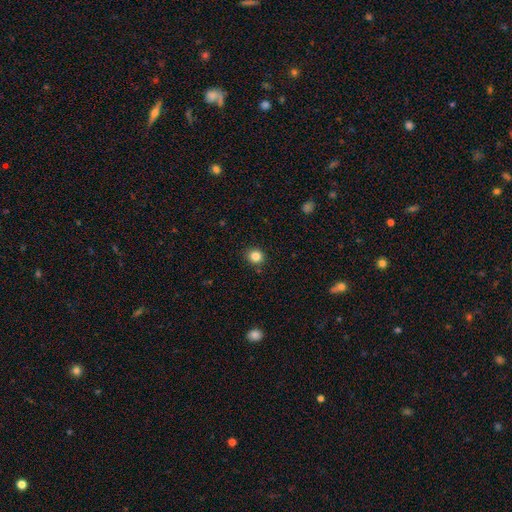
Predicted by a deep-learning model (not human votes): A smooth galaxy with no disk features (84%) that is round (85%).

Vote fractions:
- Smooth or featured? smooth: 84% / star or artifact: 12% / featured or disk: 5%
- How rounded? round: 85% / in between: 14% / cigar-shaped: 1%
- Merging? none: 89% / minor disturbance: 7% / major disturbance: 2% / merger: 2%